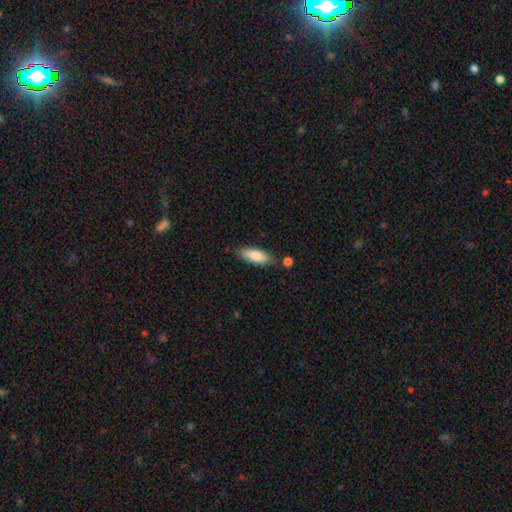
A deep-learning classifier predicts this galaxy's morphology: Overall: smooth (83%). How rounded: in between (60%; cigar-shaped 39%). Merging: none (77%).